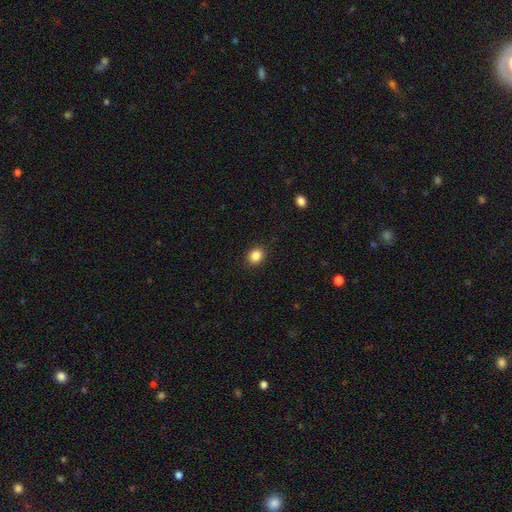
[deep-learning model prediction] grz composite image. It shows a smooth galaxy with no disk features (86%) that is round (70%). Merging: none (91%).